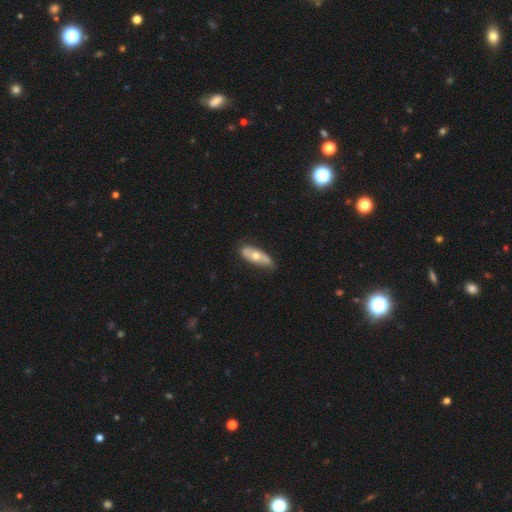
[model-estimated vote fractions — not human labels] Q: Smooth or featured?
A: featured or disk (48%); runner-up: smooth (47%)
Q: Merging?
A: none (74%); runner-up: minor disturbance (20%)